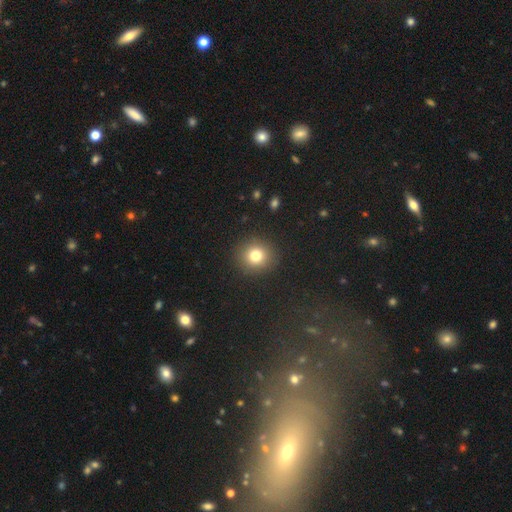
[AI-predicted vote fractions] A smooth galaxy with no disk features (78%) that is round (89%). Merging: none (91%).